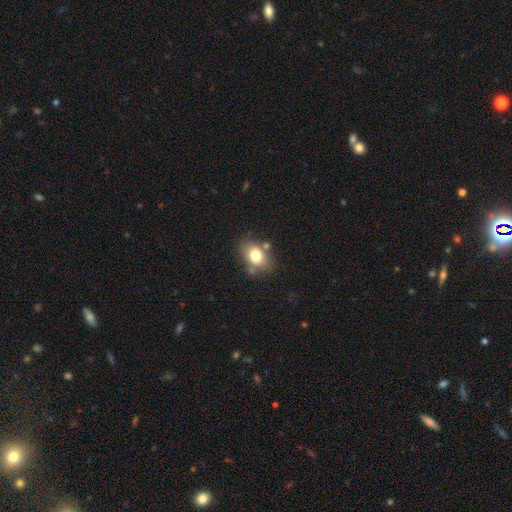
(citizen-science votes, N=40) Morphology: type=smooth (70%); roundness=in between (82%); merging=none (54%).